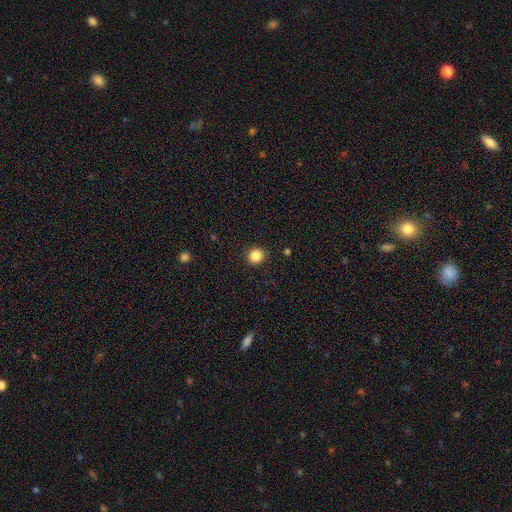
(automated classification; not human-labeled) Morphology: type=smooth (85%); roundness=round (89%); merging=none (91%).